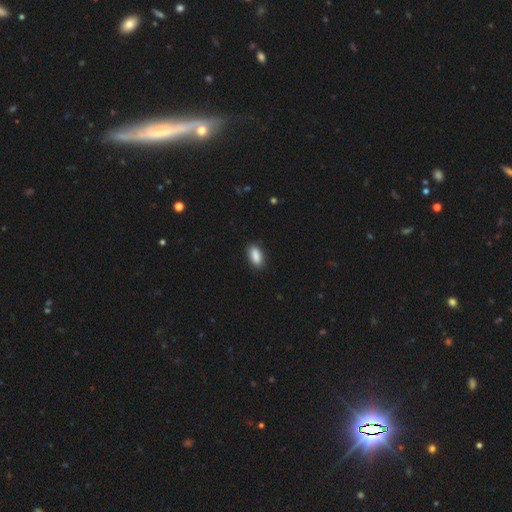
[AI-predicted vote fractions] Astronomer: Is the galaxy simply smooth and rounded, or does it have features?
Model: smooth — 89%.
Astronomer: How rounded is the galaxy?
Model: in between — 90%.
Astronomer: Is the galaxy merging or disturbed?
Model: none — 87%.